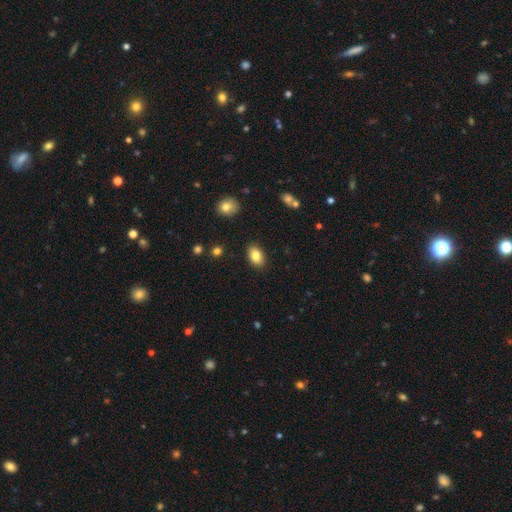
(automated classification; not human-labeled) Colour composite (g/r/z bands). It shows a smooth galaxy with no disk features (84%) that is in between round and cigar-shaped (88%). Merging: none (88%).